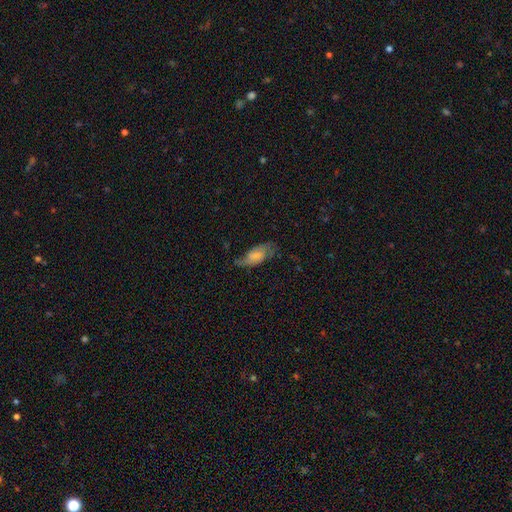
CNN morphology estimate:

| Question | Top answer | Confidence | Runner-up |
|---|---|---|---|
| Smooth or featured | featured or disk | 50% | smooth (42%) |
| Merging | none | 53% | minor disturbance (29%) |